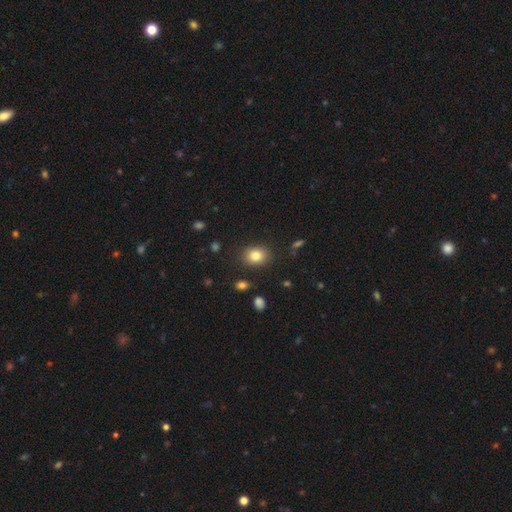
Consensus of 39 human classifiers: Q: Smooth or featured?
A: smooth (74%); runner-up: featured or disk (15%)
Q: How rounded?
A: in between (52%); runner-up: round (48%)
Q: Merging?
A: none (89%); runner-up: minor disturbance (9%)